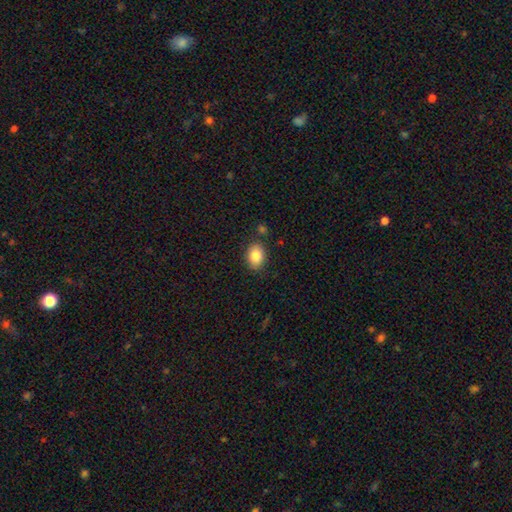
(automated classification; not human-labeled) Smooth or featured: smooth — 86% (star or artifact — 8%)
How rounded: in between — 75% (round — 24%)
Merging: none — 82% (minor disturbance — 11%)